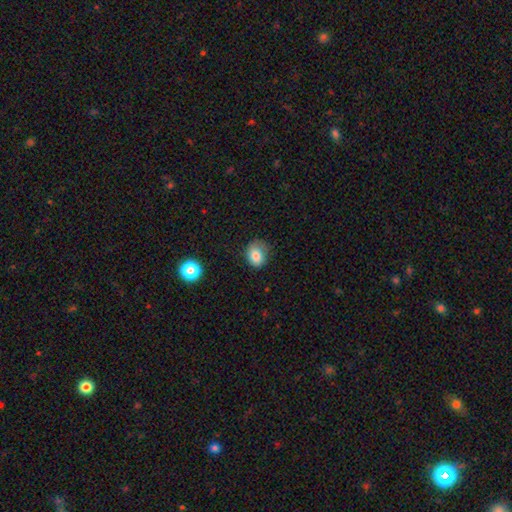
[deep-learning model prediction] Overall: smooth (82%). How rounded: round (56%; in between 43%). Merging: none (56%; minor disturbance 32%).